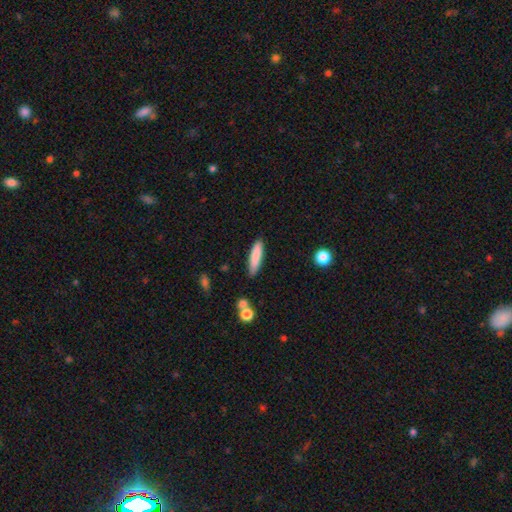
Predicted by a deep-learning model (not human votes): A smooth galaxy with no disk features (83%) that is cigar-shaped (79%). Merging: none (86%).